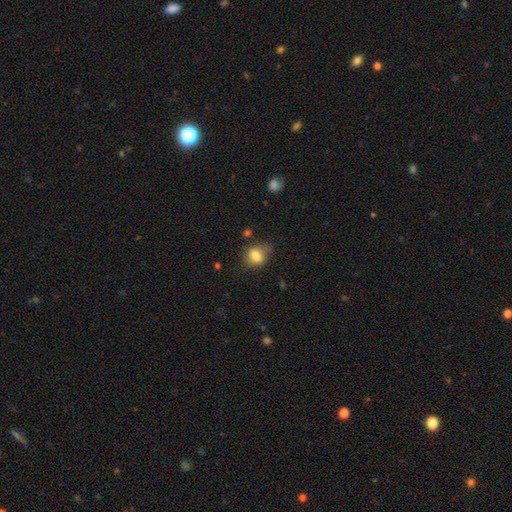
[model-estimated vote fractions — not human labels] smooth-or-featured: smooth: 79% | featured or disk: 11% | star or artifact: 10%
  how-rounded: in between: 51% | round: 48% | cigar-shaped: 1%
  merging: none: 63% | minor disturbance: 25% | major disturbance: 8% | merger: 5%